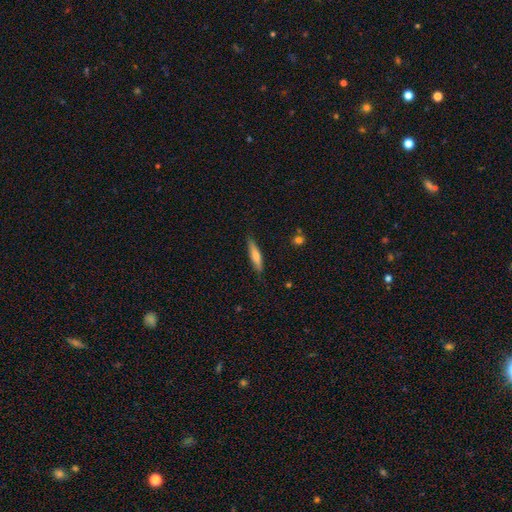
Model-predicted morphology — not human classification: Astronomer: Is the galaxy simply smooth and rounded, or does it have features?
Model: smooth — 63%.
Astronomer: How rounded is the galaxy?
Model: cigar-shaped — 82%.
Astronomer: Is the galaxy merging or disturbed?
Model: none — 86%.